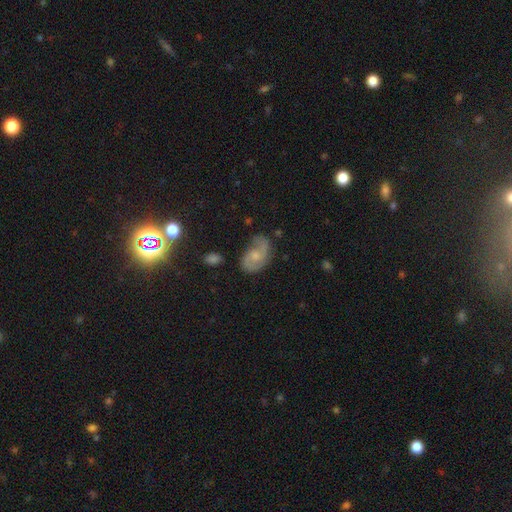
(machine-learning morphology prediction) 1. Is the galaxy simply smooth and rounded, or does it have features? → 69% featured or disk, 22% smooth, 9% star or artifact.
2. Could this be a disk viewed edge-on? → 97% no, 3% yes.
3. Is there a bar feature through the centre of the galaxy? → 64% no, 32% weak, 4% strong.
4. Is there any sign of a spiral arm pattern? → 91% yes, 9% no.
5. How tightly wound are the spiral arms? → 47% medium, 30% loose, 23% tight.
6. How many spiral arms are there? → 80% 2, 9% can't tell, 7% 1, 2% 3, 1% 4, 1% more than 4.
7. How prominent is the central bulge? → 44% moderate, 43% small, 8% none, 3% large, 1% dominant.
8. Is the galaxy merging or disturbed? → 62% none, 24% minor disturbance, 11% major disturbance, 3% merger.